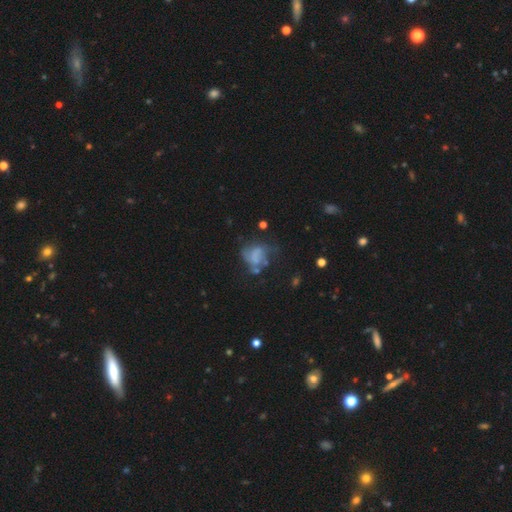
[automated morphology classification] A smooth galaxy with no disk features (43%, tied with featured or disk). Merging: major disturbance (35%).